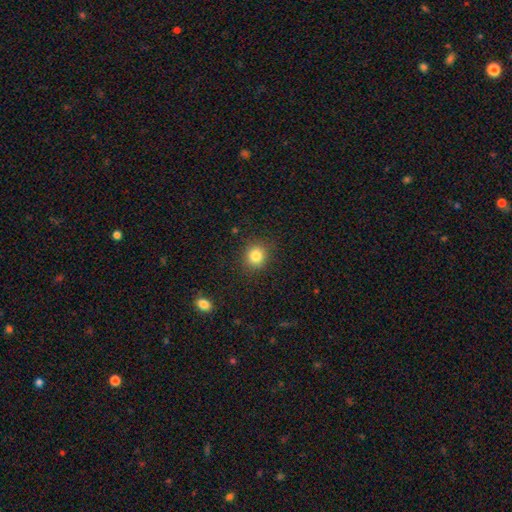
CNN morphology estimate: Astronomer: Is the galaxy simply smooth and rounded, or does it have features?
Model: smooth — 83%.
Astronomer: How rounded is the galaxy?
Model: round — 86%.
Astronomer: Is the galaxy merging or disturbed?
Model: none — 88%.